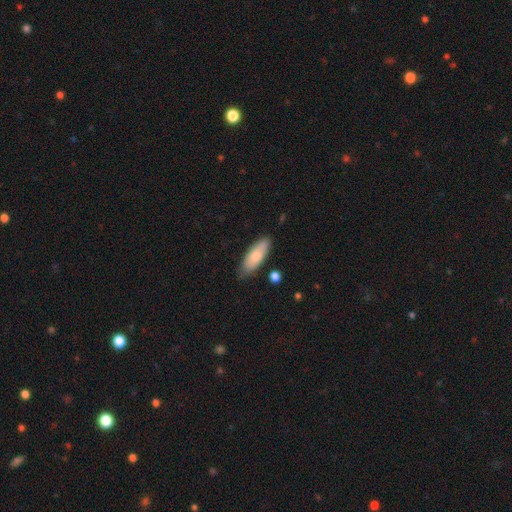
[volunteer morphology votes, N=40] A smooth galaxy with no disk features (80%) that is in between round and cigar-shaped (53%). Merging: none (85%).